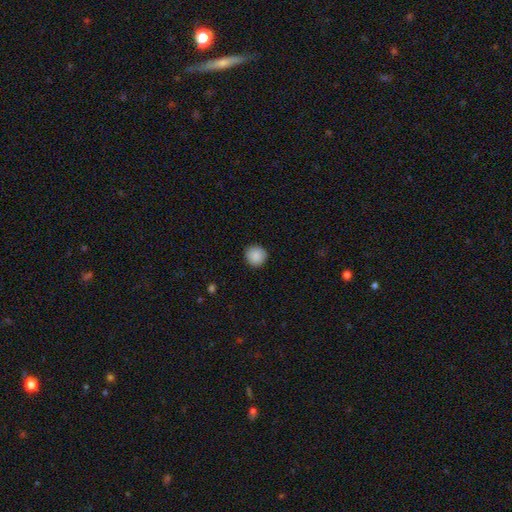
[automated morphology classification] Q: Smooth or featured?
A: smooth (89%); runner-up: star or artifact (8%)
Q: How rounded?
A: round (94%); runner-up: in between (5%)
Q: Merging?
A: none (91%); runner-up: minor disturbance (7%)